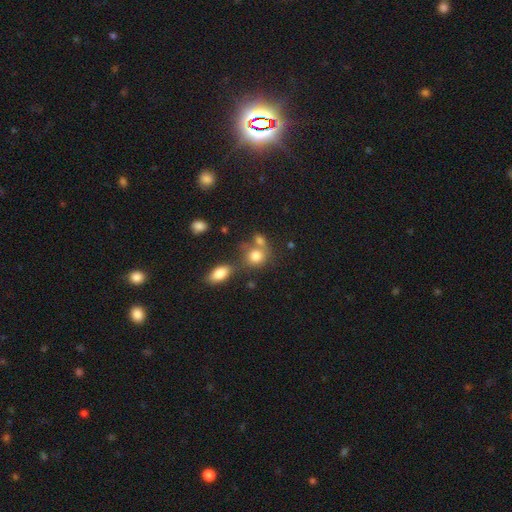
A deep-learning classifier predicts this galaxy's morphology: smooth-or-featured: smooth: 79% | star or artifact: 11% | featured or disk: 10%
  how-rounded: round: 69% | in between: 30% | cigar-shaped: 1%
  merging: none: 46% | merger: 35% | minor disturbance: 13% | major disturbance: 6%